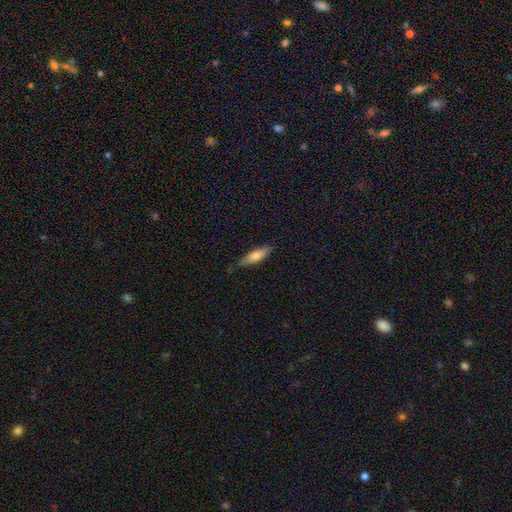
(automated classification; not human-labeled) Smooth or featured? smooth (70%)
How rounded? cigar-shaped (57%)
Merging? none (79%)